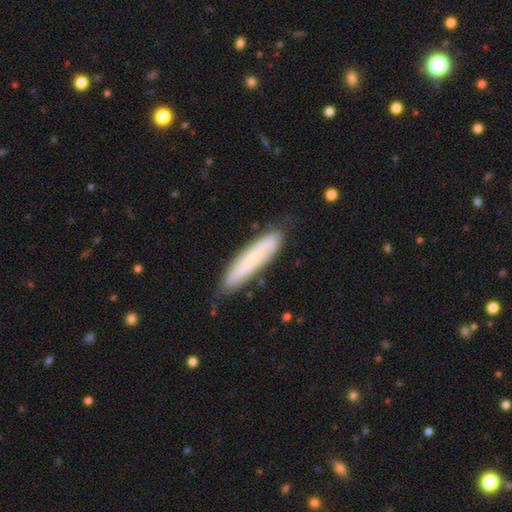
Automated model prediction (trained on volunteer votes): Morphology: type=smooth (59%); roundness=cigar-shaped (81%); merging=none (74%).